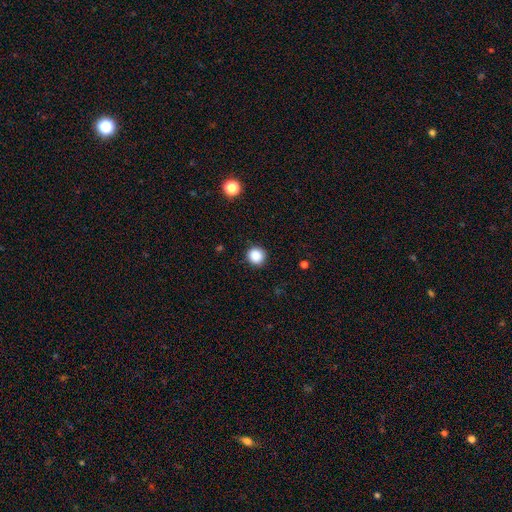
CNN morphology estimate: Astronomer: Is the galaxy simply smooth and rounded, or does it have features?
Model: smooth — 87%.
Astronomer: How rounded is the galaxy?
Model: round — 93%.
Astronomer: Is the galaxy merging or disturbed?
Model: none — 90%.